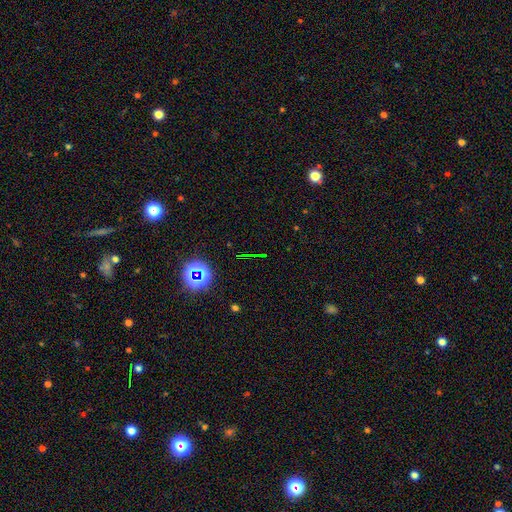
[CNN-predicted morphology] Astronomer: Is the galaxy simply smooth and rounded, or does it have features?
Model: star or artifact — 74%.